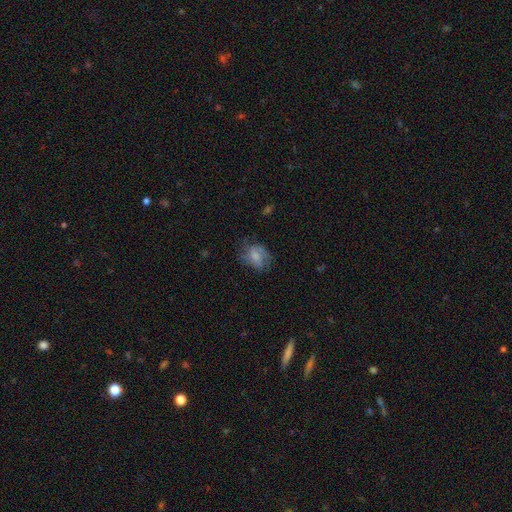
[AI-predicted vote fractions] A smooth galaxy with no disk features (49%).

Vote fractions:
- Smooth or featured? smooth: 49% / featured or disk: 42% / star or artifact: 9%
- Merging? none: 55% / minor disturbance: 26% / major disturbance: 17% / merger: 2%